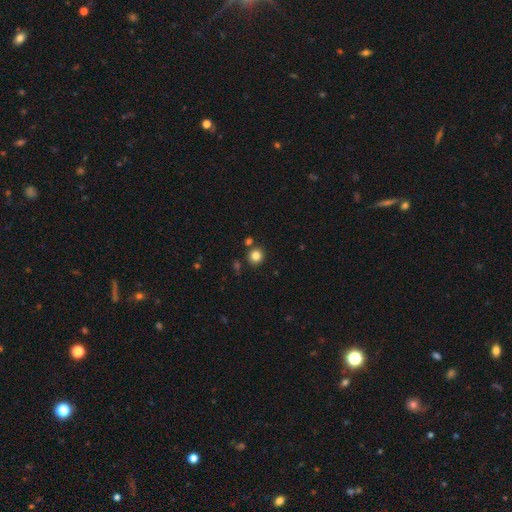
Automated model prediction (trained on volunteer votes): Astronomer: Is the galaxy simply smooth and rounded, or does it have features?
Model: smooth — 83%.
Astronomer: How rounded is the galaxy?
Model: round — 89%.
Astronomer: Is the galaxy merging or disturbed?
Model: none — 82%.